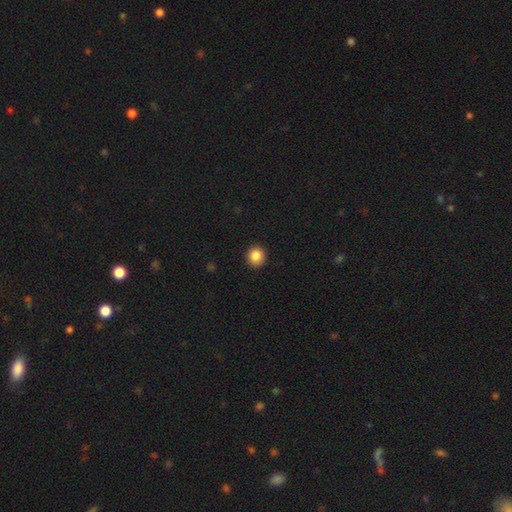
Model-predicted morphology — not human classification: smooth-or-featured: smooth: 86% | star or artifact: 10% | featured or disk: 4%
  how-rounded: round: 90% | in between: 10% | cigar-shaped: 1%
  merging: none: 92% | minor disturbance: 5% | major disturbance: 2% | merger: 1%